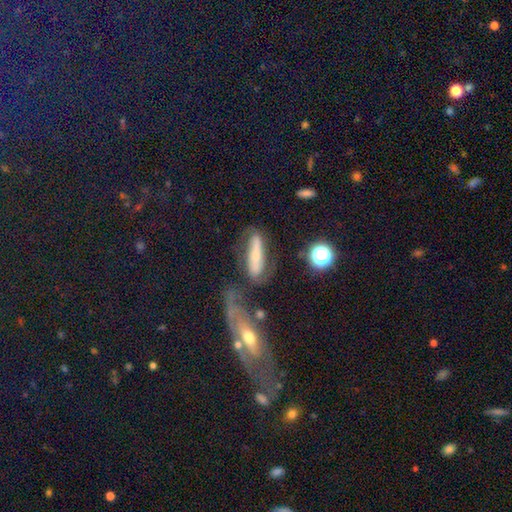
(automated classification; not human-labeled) Smooth or featured?
  - featured or disk: 48% *
  - smooth: 40%
  - star or artifact: 12%
Merging?
  - none: 43% *
  - minor disturbance: 22%
  - major disturbance: 20%
  - merger: 15%